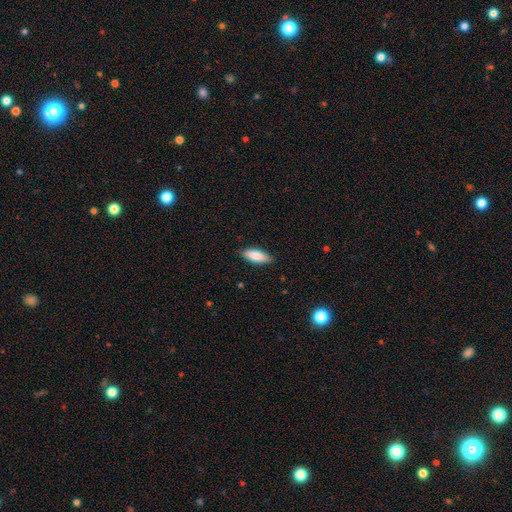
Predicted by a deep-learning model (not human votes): Smooth or featured: smooth — 85% (featured or disk — 9%)
How rounded: in between — 74% (cigar-shaped — 24%)
Merging: none — 85% (minor disturbance — 12%)